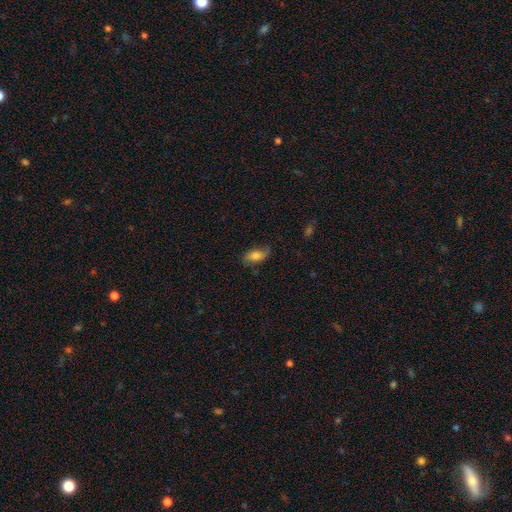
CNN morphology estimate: Smooth or featured? smooth (59%)
How rounded? in between (86%)
Merging? none (70%)